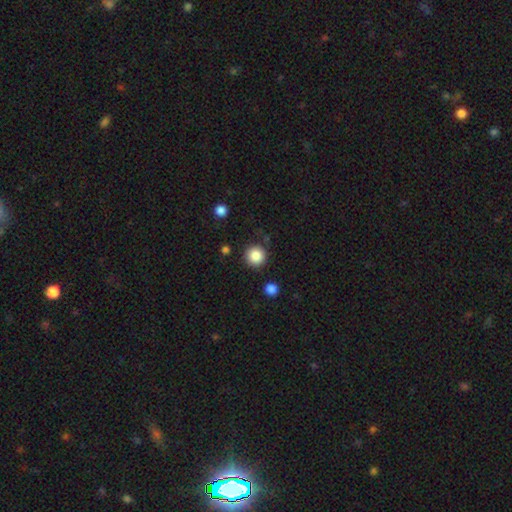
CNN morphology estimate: This appears to be a smooth galaxy with no disk features (86%) that is round (95%). Merging: none (87%).